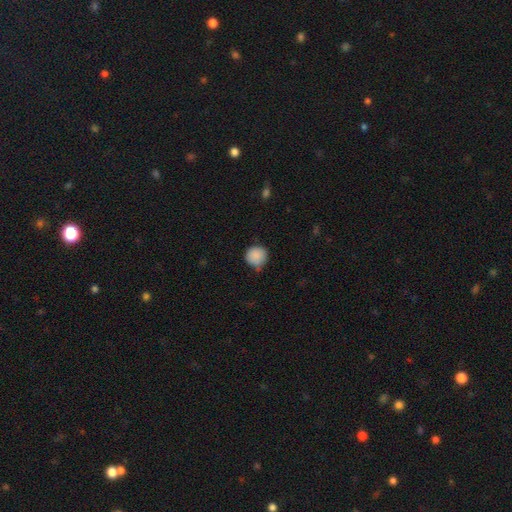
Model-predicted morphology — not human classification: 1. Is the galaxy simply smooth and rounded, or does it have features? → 87% smooth, 9% star or artifact, 4% featured or disk.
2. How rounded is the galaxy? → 90% round, 9% in between, 1% cigar-shaped.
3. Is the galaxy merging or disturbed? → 61% none, 30% minor disturbance, 5% major disturbance, 4% merger.